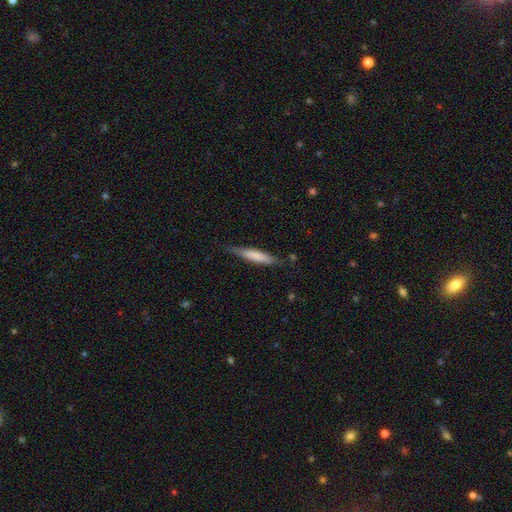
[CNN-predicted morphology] A smooth galaxy with no disk features (68%) that is cigar-shaped (89%).

Vote fractions:
- Smooth or featured? smooth: 68% / featured or disk: 26% / star or artifact: 6%
- How rounded? cigar-shaped: 89% / in between: 10% / round: 1%
- Merging? none: 77% / minor disturbance: 18% / major disturbance: 3% / merger: 2%